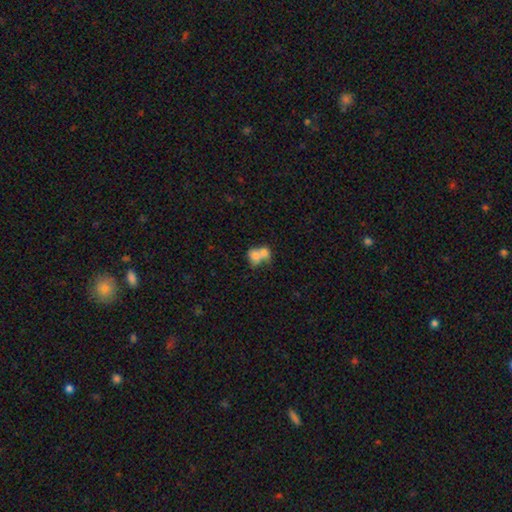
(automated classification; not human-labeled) A smooth galaxy with no disk features (73%) that is in between round and cigar-shaped (58%). Merging: merger (74%).